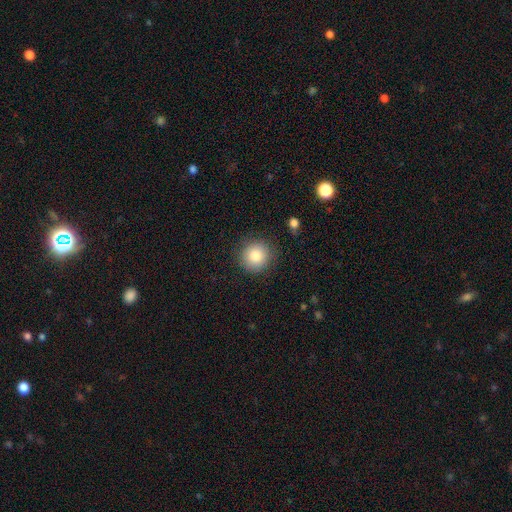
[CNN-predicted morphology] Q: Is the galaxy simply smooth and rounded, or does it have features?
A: smooth — 82%.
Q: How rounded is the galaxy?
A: round — 93%.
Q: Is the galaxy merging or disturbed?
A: none — 88%.